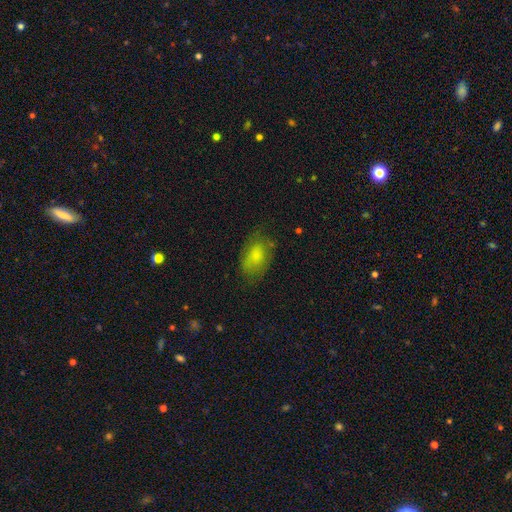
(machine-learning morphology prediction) A smooth galaxy with no disk features (74%) that is in between round and cigar-shaped (89%). Merging: none (62%).